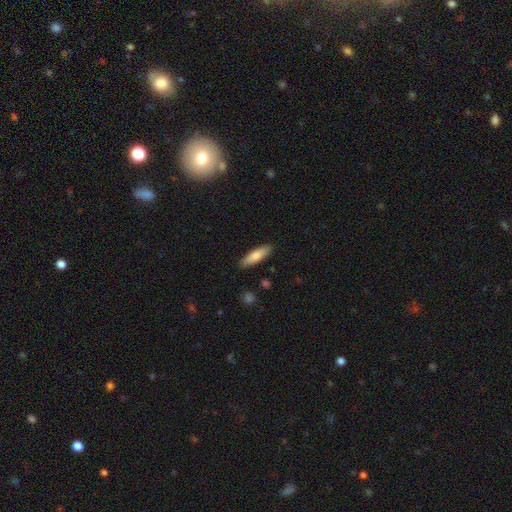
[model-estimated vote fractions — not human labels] Smooth or featured: smooth — 77% (featured or disk — 17%)
How rounded: cigar-shaped — 58% (in between — 40%)
Merging: none — 89% (minor disturbance — 8%)